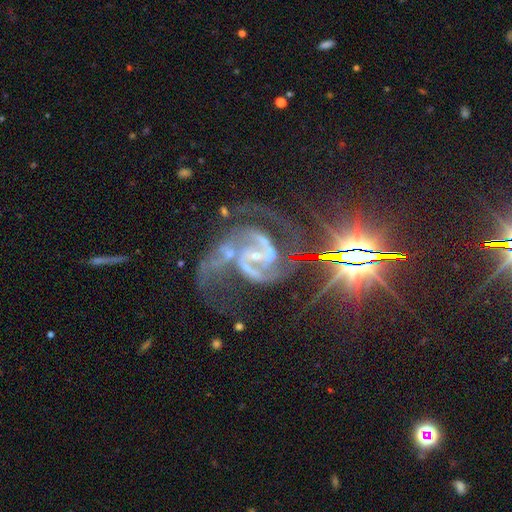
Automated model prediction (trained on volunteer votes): Q: Smooth or featured?
A: featured or disk (87%); runner-up: star or artifact (11%)
Q: Edge-on disk?
A: no (98%); runner-up: yes (2%)
Q: Bar?
A: weak (35%); tied with: strong (35%)
Q: Spiral arms?
A: yes (98%); runner-up: no (2%)
Q: Spiral winding?
A: medium (57%); runner-up: loose (21%)
Q: Spiral arm count?
A: 2 (83%); runner-up: 3 (6%)
Q: Bulge size?
A: small (75%); runner-up: moderate (19%)
Q: Merging?
A: none (37%); runner-up: major disturbance (27%)